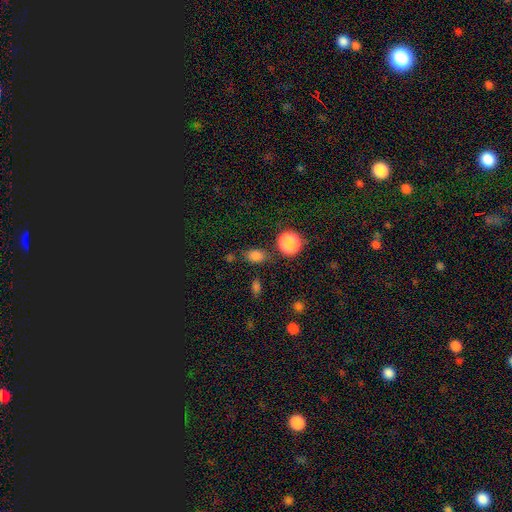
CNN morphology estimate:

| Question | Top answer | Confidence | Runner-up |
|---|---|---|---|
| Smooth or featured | smooth | 79% | star or artifact (16%) |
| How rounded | in between | 65% | round (33%) |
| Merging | none | 75% | minor disturbance (15%) |